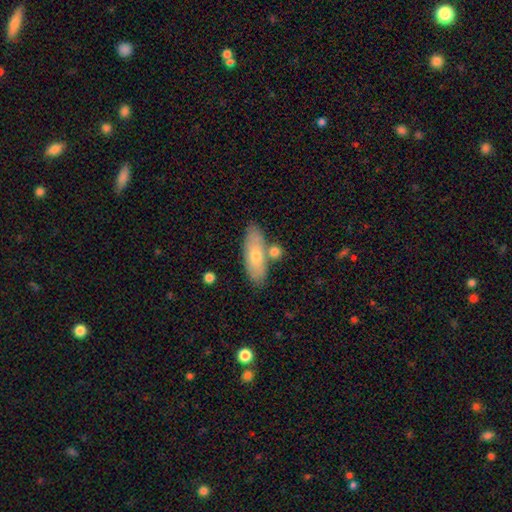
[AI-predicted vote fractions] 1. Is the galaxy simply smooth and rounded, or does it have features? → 67% smooth, 27% featured or disk, 6% star or artifact.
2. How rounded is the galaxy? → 63% in between, 34% cigar-shaped, 3% round.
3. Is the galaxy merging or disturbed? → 71% none, 13% merger, 13% minor disturbance, 3% major disturbance.